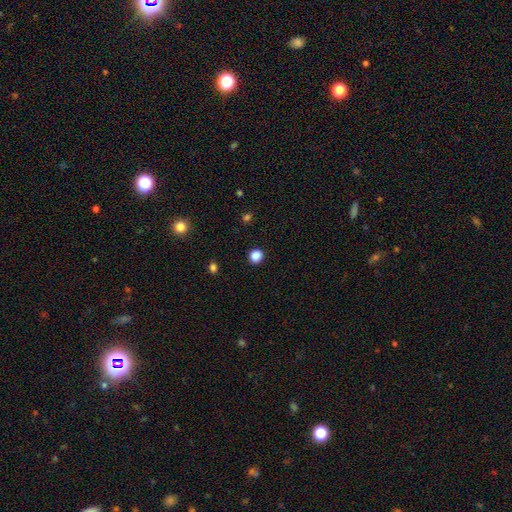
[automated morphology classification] type=smooth (87%); roundness=round (86%); merging=none (91%).